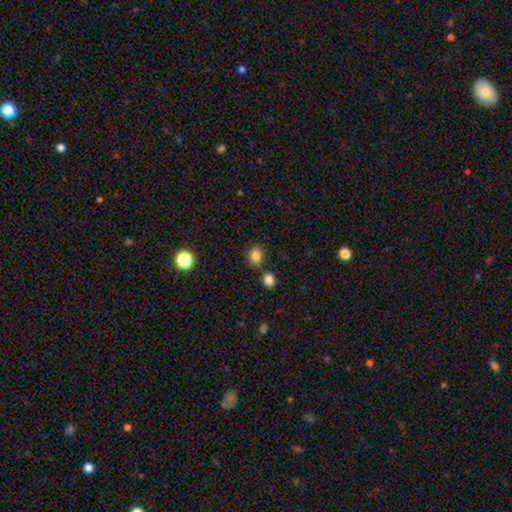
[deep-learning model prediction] The model was most divided on "how rounded": in between: 52%, round: 47%, cigar-shaped: 1%. More confident: smooth or featured — smooth (84%); merging — none (73%).